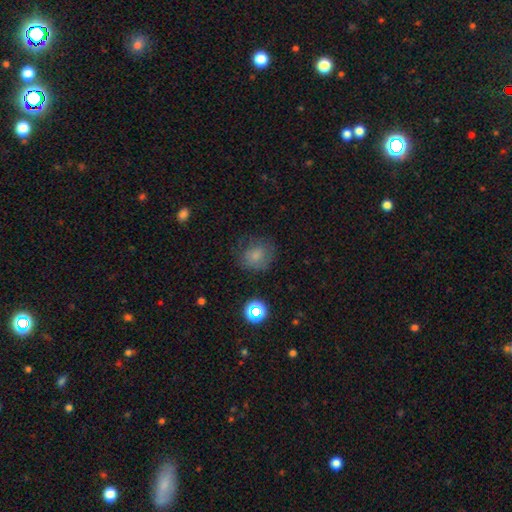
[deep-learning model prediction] A smooth galaxy with no disk features (75%) that is round (75%). Merging: none (68%).